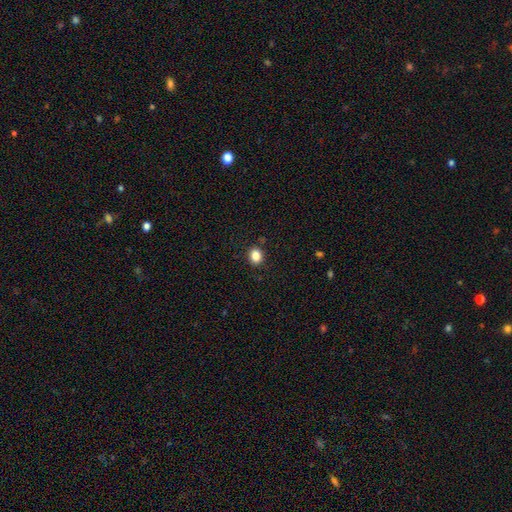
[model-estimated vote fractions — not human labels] Smooth or featured? smooth (85%)
How rounded? round (57%)
Merging? none (87%)